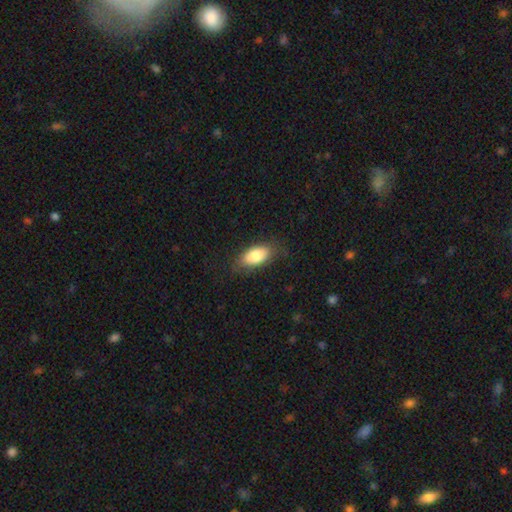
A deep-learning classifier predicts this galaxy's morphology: Smooth or featured? Predicted: smooth (p=0.82). How rounded? Predicted: in between (p=0.89). Merging? Predicted: none (p=0.80).